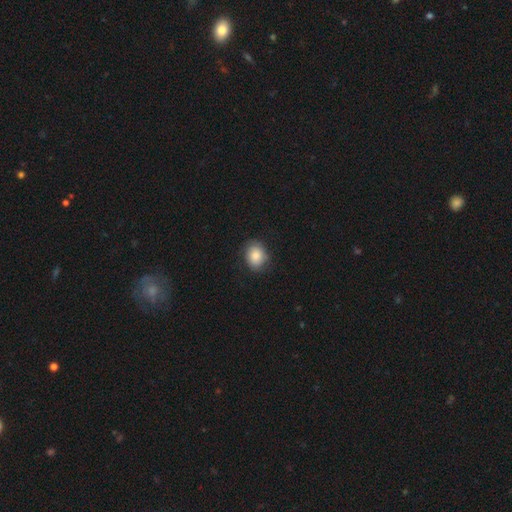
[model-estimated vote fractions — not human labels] A smooth galaxy with no disk features (83%) that is round (51%). Merging: none (79%).